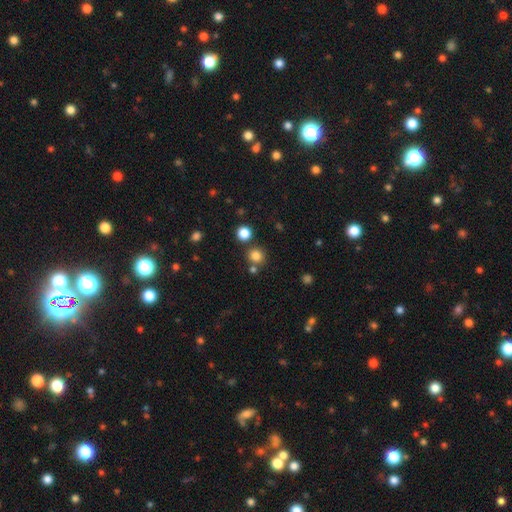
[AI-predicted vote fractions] This appears to be a smooth galaxy with no disk features (81%) that is round (89%). Merging: none (76%).